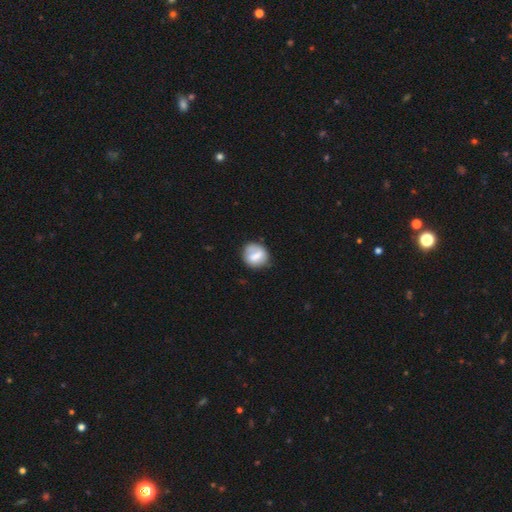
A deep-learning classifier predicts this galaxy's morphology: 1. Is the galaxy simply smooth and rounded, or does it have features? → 68% smooth, 24% featured or disk, 7% star or artifact.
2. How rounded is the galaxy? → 76% round, 23% in between, 1% cigar-shaped.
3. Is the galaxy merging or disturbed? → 66% none, 22% minor disturbance, 7% major disturbance, 4% merger.